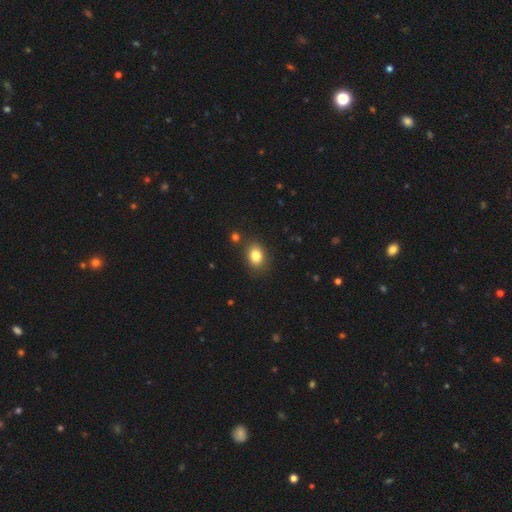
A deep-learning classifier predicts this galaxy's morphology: This is clearly a smooth galaxy (83%). How rounded: likely in between (62%). Merging: clearly none (84%).